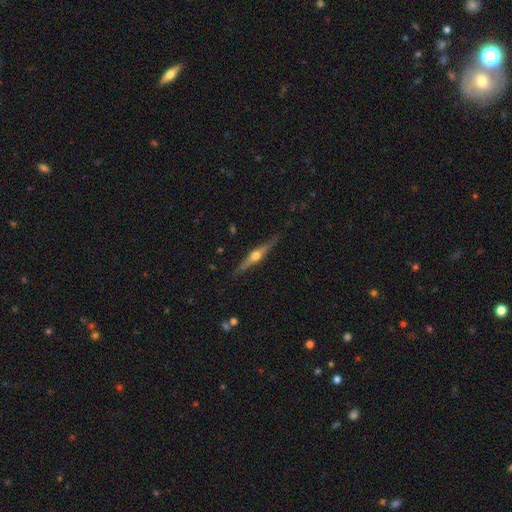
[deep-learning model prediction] A featured or disk galaxy (74%) viewed edge-on (97%) with a rounded central bulge (93%).

Vote fractions:
- Smooth or featured? featured or disk: 74% / smooth: 20% / star or artifact: 6%
- Edge-on disk? yes: 97% / no: 3%
- Edge-on bulge? rounded: 93% / boxy: 3% / none: 3%
- Merging? none: 86% / minor disturbance: 11% / major disturbance: 2% / merger: 1%